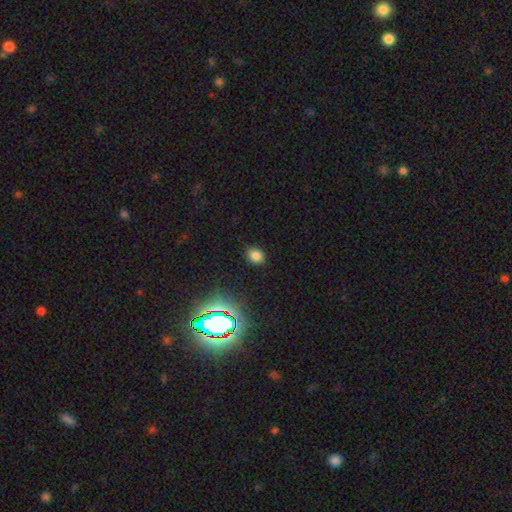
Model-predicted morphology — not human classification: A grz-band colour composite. It shows a smooth galaxy with no disk features (77%) that is round (51%). Merging: none (86%).